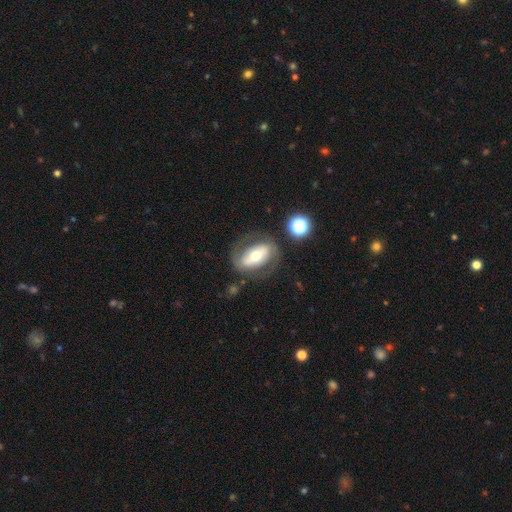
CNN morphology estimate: type=featured or disk (65%); edge-on=no (92%); bar=strong (50%); spiral arms=yes (66%); bulge=moderate (60%); merging=none (71%).